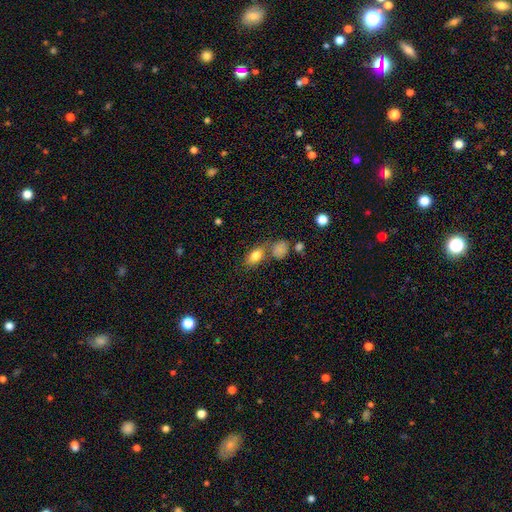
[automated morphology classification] Q: Smooth or featured?
A: smooth (81%); runner-up: featured or disk (10%)
Q: How rounded?
A: in between (86%); runner-up: round (11%)
Q: Merging?
A: none (57%); runner-up: merger (23%)